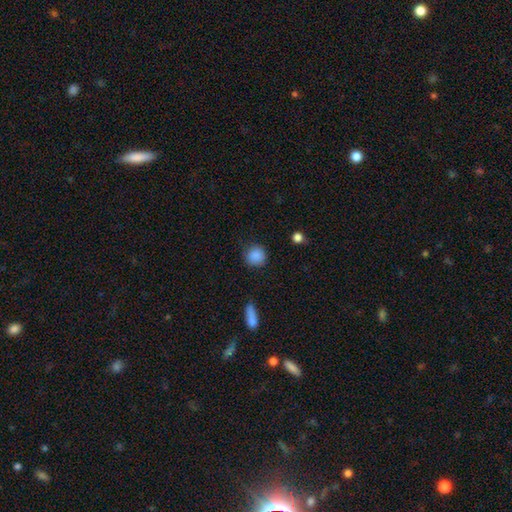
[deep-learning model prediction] Smooth or featured?
  - smooth: 87% *
  - star or artifact: 9%
  - featured or disk: 4%
How rounded?
  - round: 91% *
  - in between: 7%
  - cigar-shaped: 1%
Merging?
  - none: 83% *
  - minor disturbance: 12%
  - major disturbance: 3%
  - merger: 2%